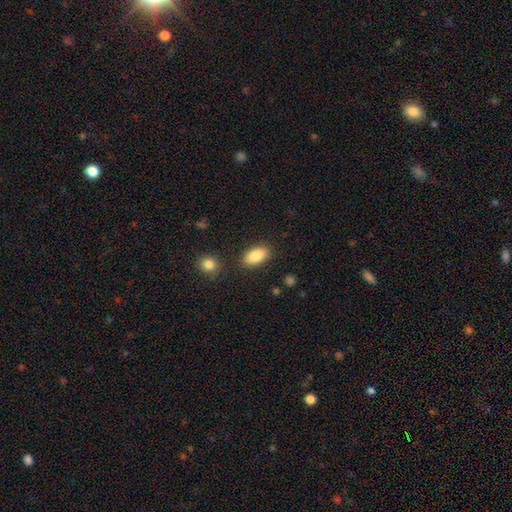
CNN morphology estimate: Smooth or featured: smooth — 88% (star or artifact — 7%)
How rounded: in between — 92% (round — 4%)
Merging: none — 85% (minor disturbance — 9%)